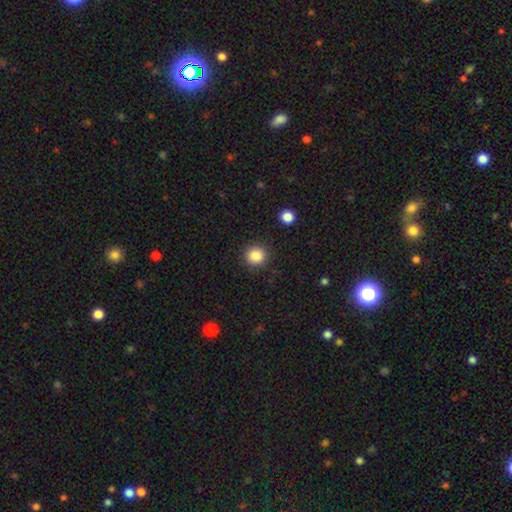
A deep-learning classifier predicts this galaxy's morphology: Smooth or featured: smooth — 86% (star or artifact — 10%)
How rounded: round — 91% (in between — 8%)
Merging: none — 89% (minor disturbance — 7%)